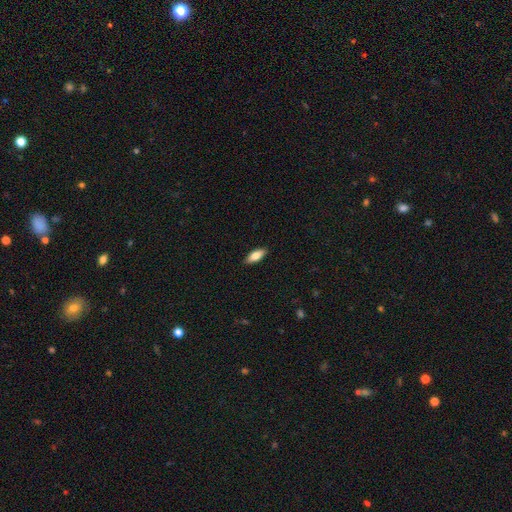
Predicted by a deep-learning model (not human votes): This is likely a smooth galaxy (78%). How rounded: likely in between (77%). Merging: clearly none (89%).